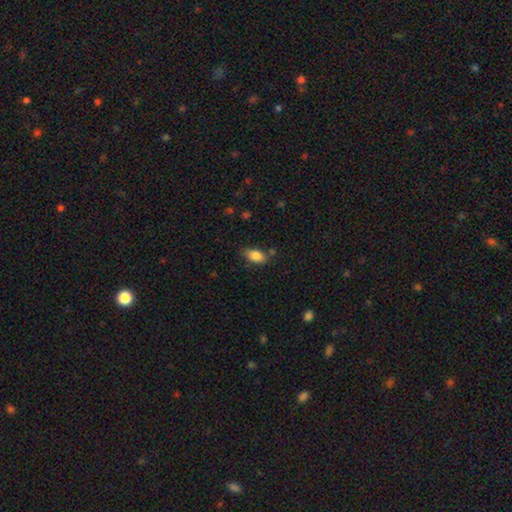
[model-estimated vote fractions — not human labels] A smooth galaxy with no disk features (84%) that is in between round and cigar-shaped (89%). Merging: none (74%).